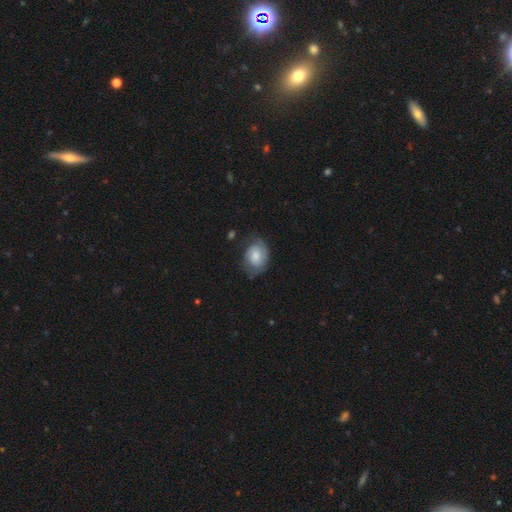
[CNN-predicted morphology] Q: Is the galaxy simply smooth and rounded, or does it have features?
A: smooth — 49%.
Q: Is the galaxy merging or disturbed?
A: none — 61%.